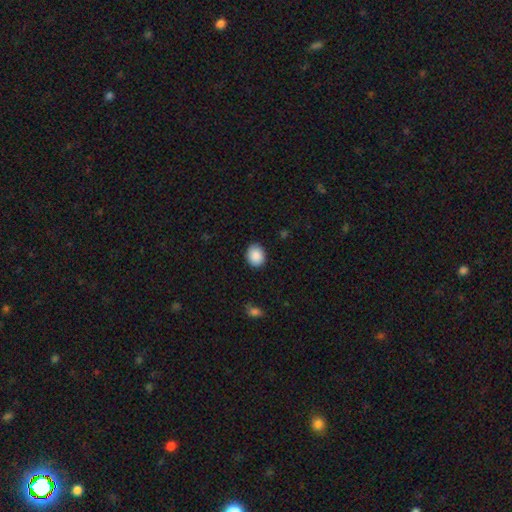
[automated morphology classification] smooth-or-featured: smooth: 89% | star or artifact: 7% | featured or disk: 3%
  how-rounded: round: 54% | in between: 45% | cigar-shaped: 1%
  merging: none: 88% | minor disturbance: 9% | major disturbance: 2% | merger: 1%